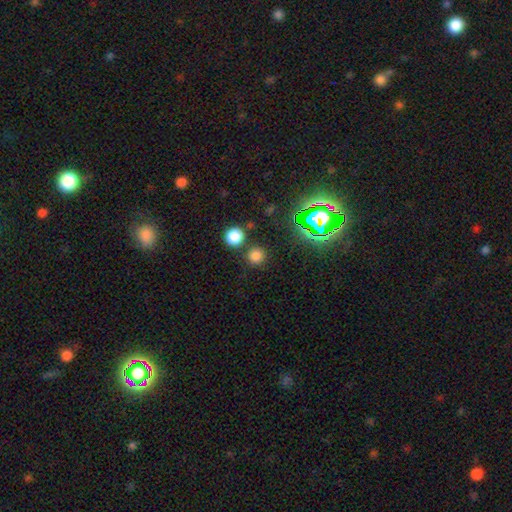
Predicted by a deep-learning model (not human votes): Smooth or featured: smooth — 74% (star or artifact — 21%)
How rounded: round — 94% (in between — 5%)
Merging: none — 81% (merger — 9%)